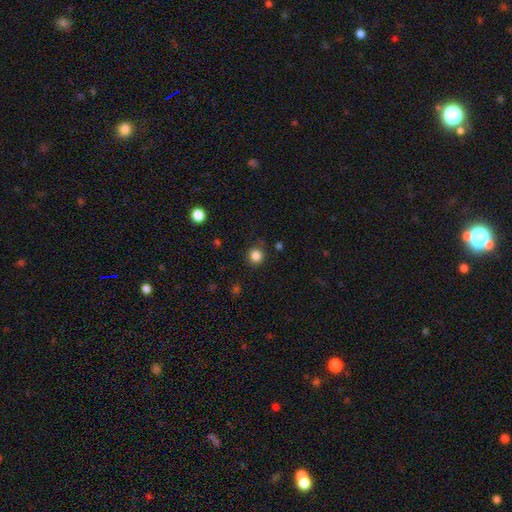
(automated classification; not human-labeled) This is clearly a smooth galaxy (84%). How rounded: clearly round (94%). Merging: clearly none (87%).